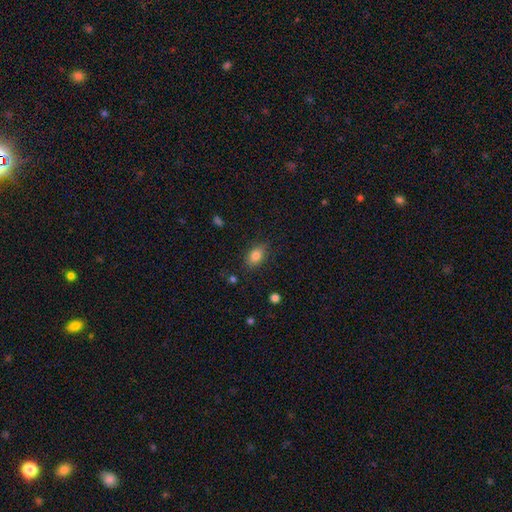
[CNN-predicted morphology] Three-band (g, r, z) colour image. It shows a smooth galaxy with no disk features (83%) that is in between round and cigar-shaped (81%). Merging: none (79%).